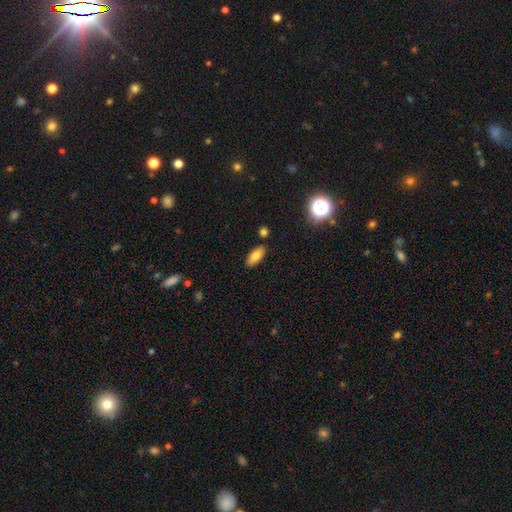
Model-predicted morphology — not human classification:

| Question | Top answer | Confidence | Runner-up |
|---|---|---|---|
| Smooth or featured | smooth | 80% | featured or disk (11%) |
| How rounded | in between | 84% | cigar-shaped (13%) |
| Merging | none | 84% | minor disturbance (10%) |